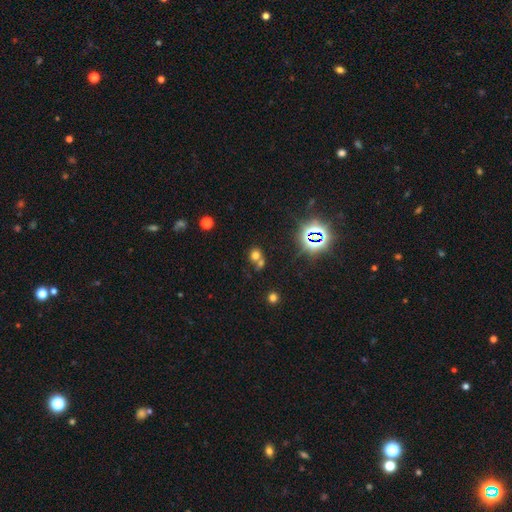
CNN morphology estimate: smooth-or-featured: smooth: 60% | star or artifact: 28% | featured or disk: 12%
  how-rounded: round: 76% | in between: 23% | cigar-shaped: 1%
  merging: merger: 46% | none: 42% | minor disturbance: 7% | major disturbance: 4%